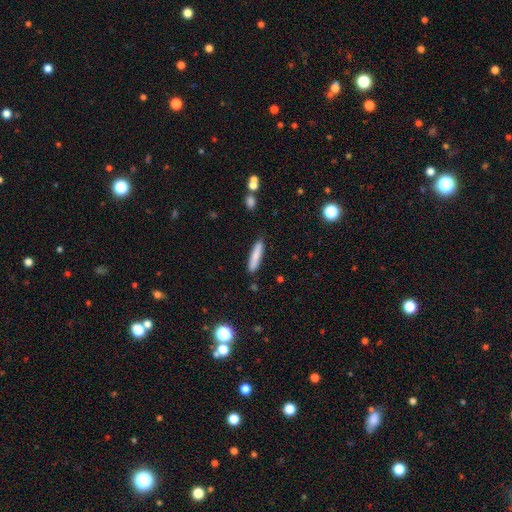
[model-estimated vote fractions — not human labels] A smooth galaxy with no disk features (81%) that is cigar-shaped (89%).

Vote fractions:
- Smooth or featured? smooth: 81% / featured or disk: 13% / star or artifact: 6%
- How rounded? cigar-shaped: 89% / in between: 9% / round: 1%
- Merging? none: 87% / minor disturbance: 9% / major disturbance: 2% / merger: 2%